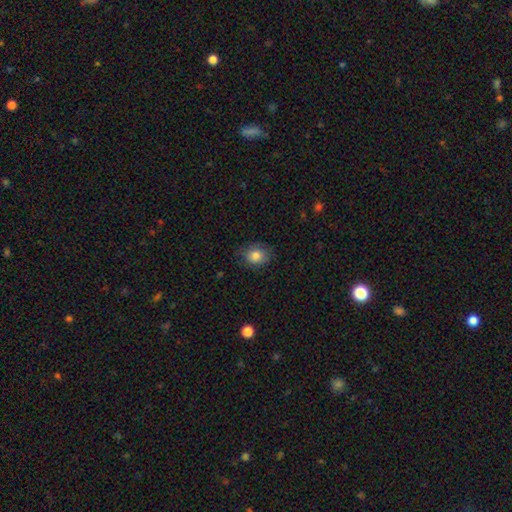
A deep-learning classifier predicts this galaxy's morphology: A smooth galaxy with no disk features (83%) that is round (57%). Merging: none (78%).